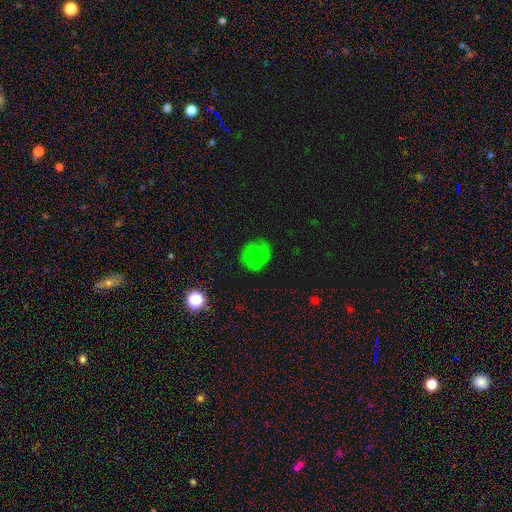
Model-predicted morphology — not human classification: Overall: smooth (68%). How rounded: round (80%). Merging: none (73%).